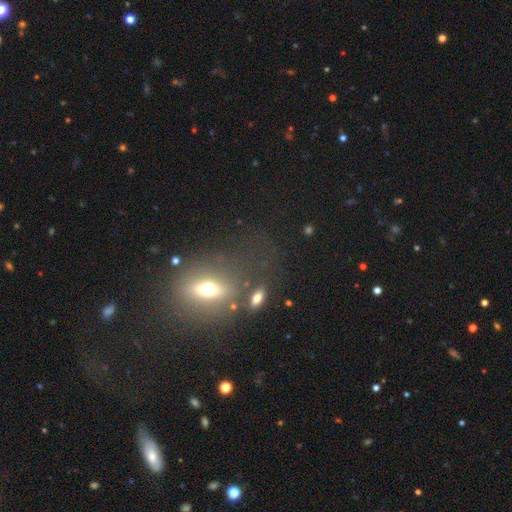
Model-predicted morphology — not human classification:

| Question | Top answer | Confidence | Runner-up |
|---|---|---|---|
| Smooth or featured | smooth | 50% | star or artifact (30%) |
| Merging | none | 60% | minor disturbance (17%) |